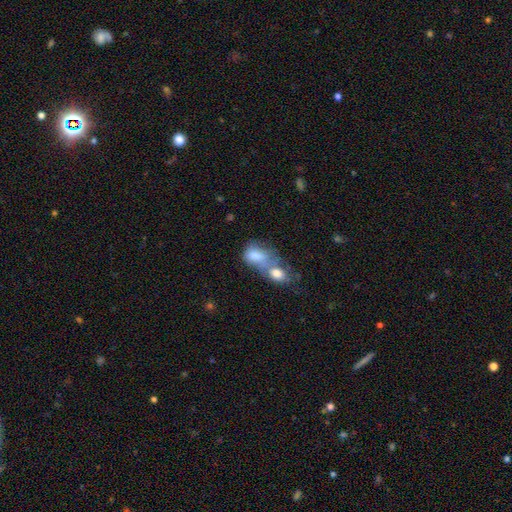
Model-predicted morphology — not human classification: A smooth galaxy with no disk features (75%) that is in between round and cigar-shaped (80%).

Vote fractions:
- Smooth or featured? smooth: 75% / featured or disk: 17% / star or artifact: 8%
- How rounded? in between: 80% / round: 18% / cigar-shaped: 2%
- Merging? merger: 68% / none: 14% / major disturbance: 9% / minor disturbance: 9%